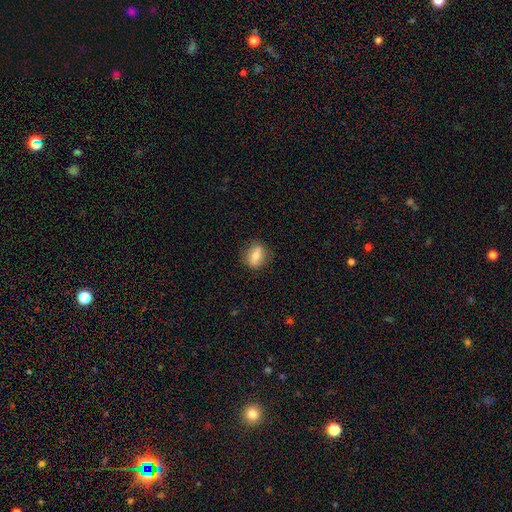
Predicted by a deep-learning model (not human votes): Morphology: type=smooth (66%); roundness=in between (60%); merging=none (83%).